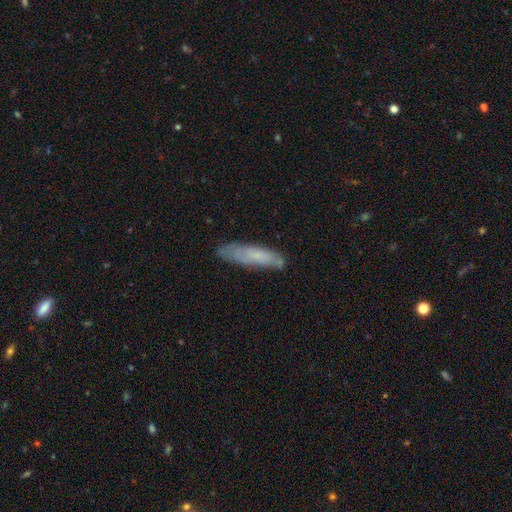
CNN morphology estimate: This is likely a smooth galaxy (63%). How rounded: likely cigar-shaped (71%). Merging: likely none (70%).